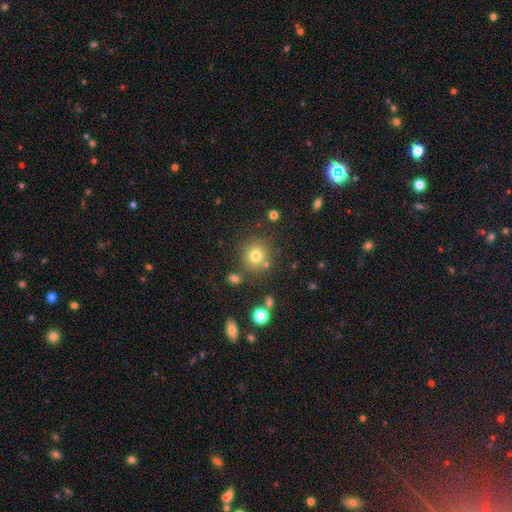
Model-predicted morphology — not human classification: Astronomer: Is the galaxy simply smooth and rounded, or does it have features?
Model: smooth — 76%.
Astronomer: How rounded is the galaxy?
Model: round — 90%.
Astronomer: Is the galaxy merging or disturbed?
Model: none — 79%.